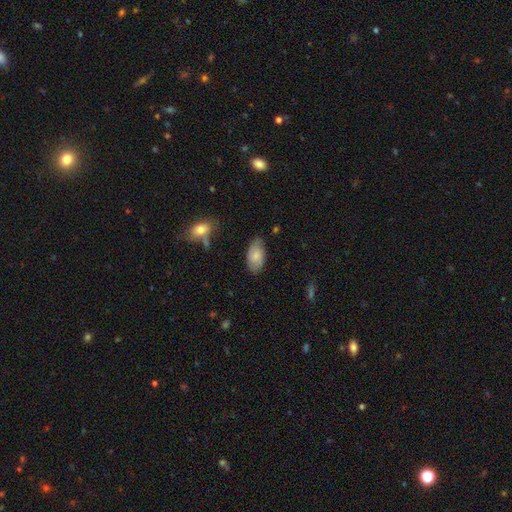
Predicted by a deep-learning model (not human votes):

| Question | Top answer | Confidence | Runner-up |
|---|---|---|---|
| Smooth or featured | smooth | 74% | featured or disk (19%) |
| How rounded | in between | 94% | round (3%) |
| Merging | none | 73% | minor disturbance (21%) |